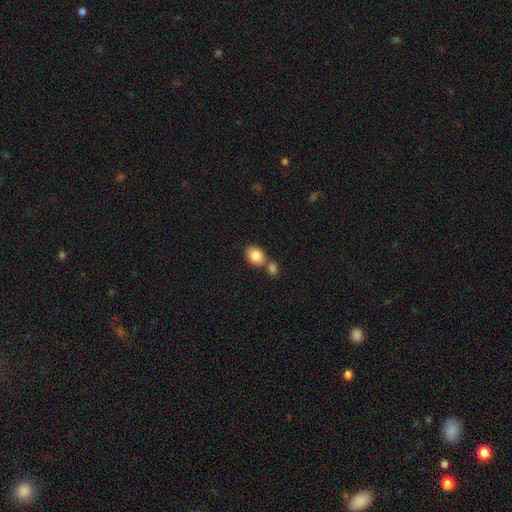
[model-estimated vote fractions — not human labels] Smooth or featured: smooth — 84% (featured or disk — 9%)
How rounded: in between — 66% (round — 33%)
Merging: none — 52% (merger — 35%)